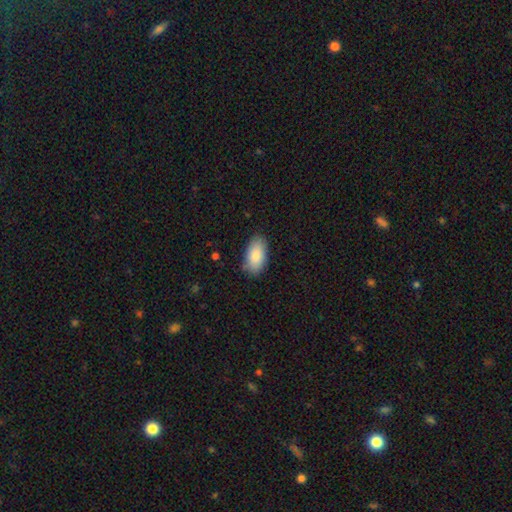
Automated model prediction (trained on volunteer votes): smooth-or-featured: smooth: 86% | featured or disk: 8% | star or artifact: 6%
  how-rounded: in between: 95% | round: 3% | cigar-shaped: 3%
  merging: none: 83% | minor disturbance: 13% | major disturbance: 3% | merger: 1%